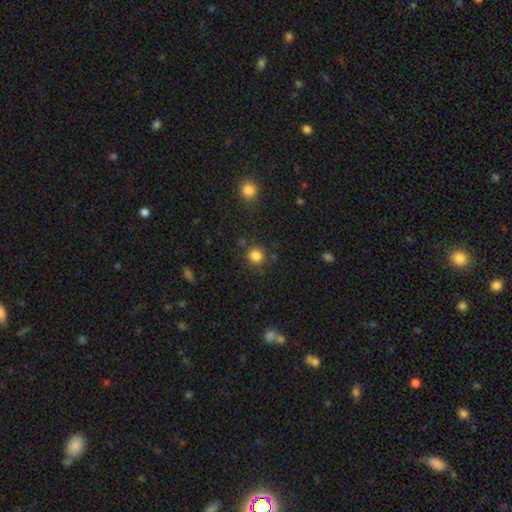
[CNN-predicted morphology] Smooth or featured?
  - smooth: 83% *
  - star or artifact: 13%
  - featured or disk: 4%
How rounded?
  - round: 89% *
  - in between: 10%
  - cigar-shaped: 1%
Merging?
  - none: 81% *
  - minor disturbance: 10%
  - merger: 5%
  - major disturbance: 4%